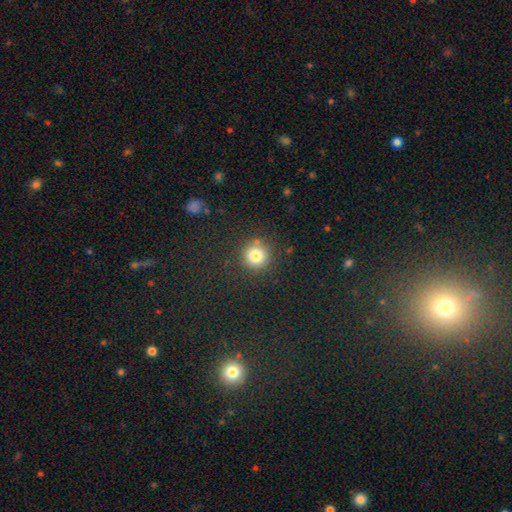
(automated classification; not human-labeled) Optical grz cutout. It shows a smooth galaxy with no disk features (81%) that is round (94%). Merging: none (86%).